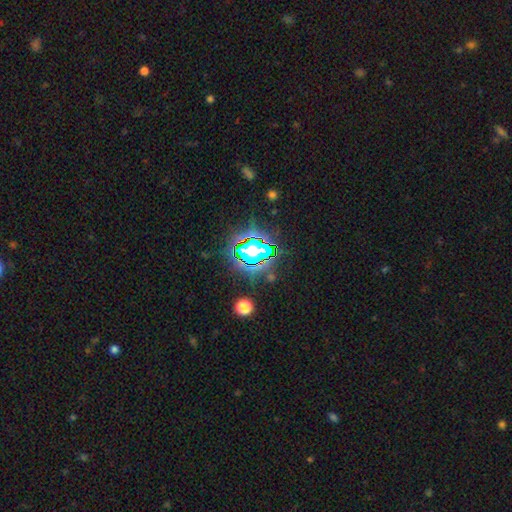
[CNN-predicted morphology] smooth_or_featured: star or artifact (p=0.67) [alt: smooth p=0.20]